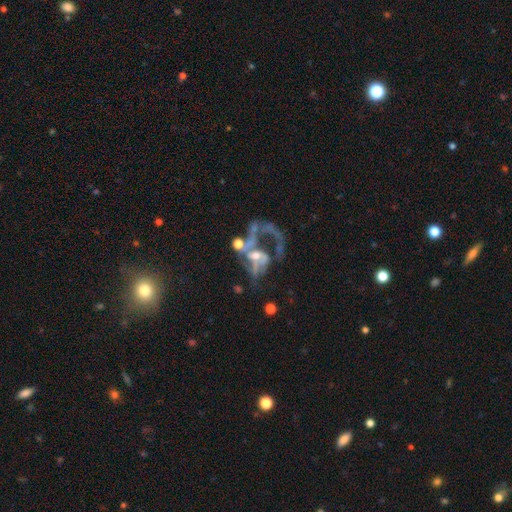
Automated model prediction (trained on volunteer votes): A featured or disk galaxy (70%) with no bar (67%), spiral arms (53%) and a moderate central bulge (39%). Merging: major disturbance (43%).